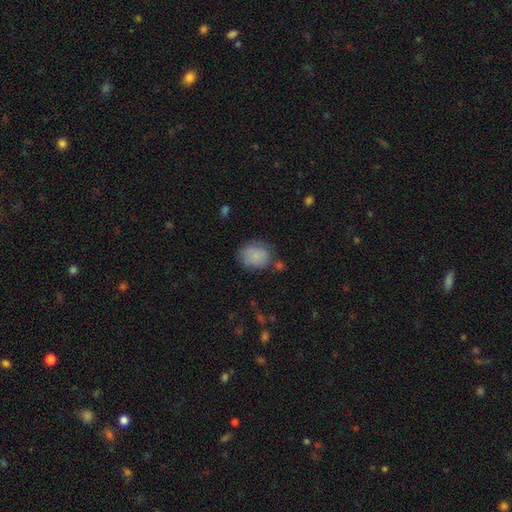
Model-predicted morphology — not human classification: smooth_or_featured: smooth (p=0.83) [alt: featured or disk p=0.09]
how_rounded: round (p=0.58) [alt: in between p=0.41]
merging: none (p=0.64) [alt: minor disturbance p=0.22]